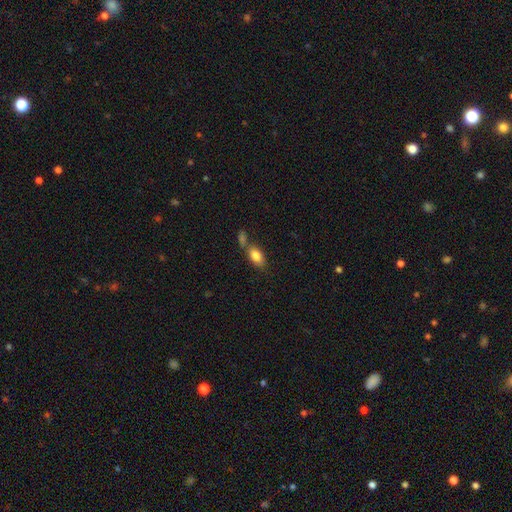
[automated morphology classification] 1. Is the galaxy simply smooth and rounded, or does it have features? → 82% smooth, 11% featured or disk, 8% star or artifact.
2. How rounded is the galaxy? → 88% in between, 7% round, 5% cigar-shaped.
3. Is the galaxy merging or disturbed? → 47% none, 35% merger, 13% minor disturbance, 5% major disturbance.